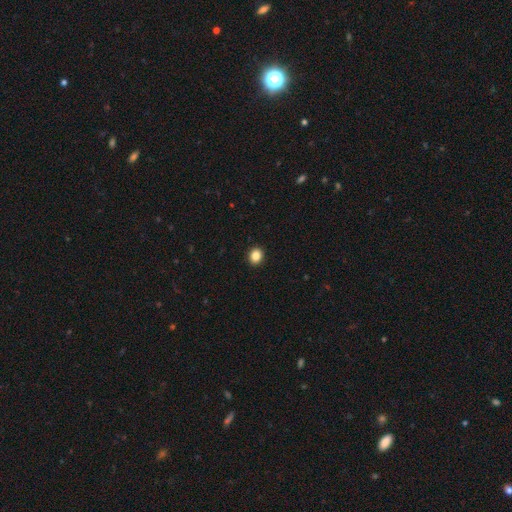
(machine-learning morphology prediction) This appears to be a smooth galaxy with no disk features (86%) that is round (67%). Merging: none (93%).